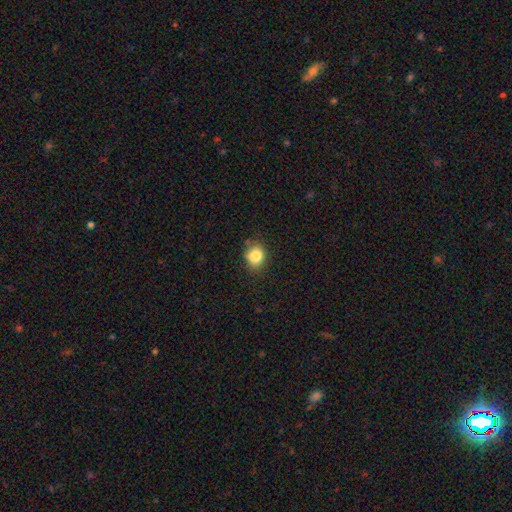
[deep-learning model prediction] A smooth galaxy with no disk features (84%) that is round (66%). Merging: none (73%).